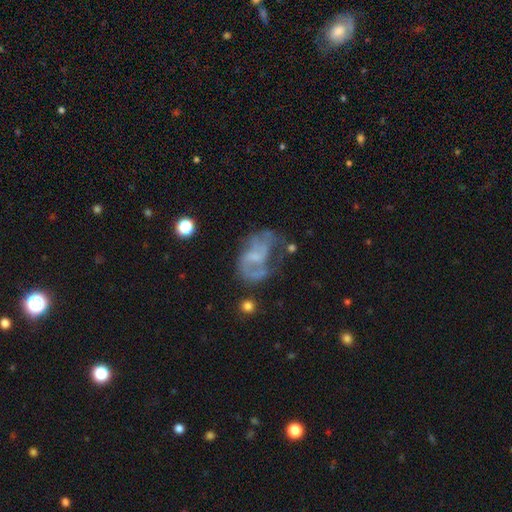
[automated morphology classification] Smooth or featured? featured or disk (68%)
Edge-on disk? no (97%)
Bar? no (54%)
Spiral arms? yes (70%)
Bulge size? none (41%)
Merging? none (37%)